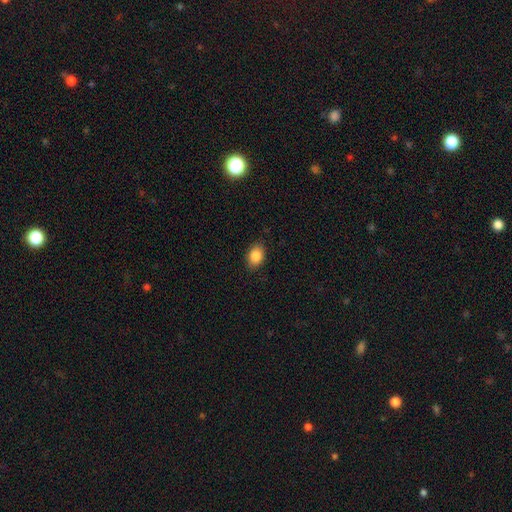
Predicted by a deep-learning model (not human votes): Q: Smooth or featured?
A: smooth (87%); runner-up: star or artifact (8%)
Q: How rounded?
A: in between (81%); runner-up: round (17%)
Q: Merging?
A: none (85%); runner-up: minor disturbance (11%)